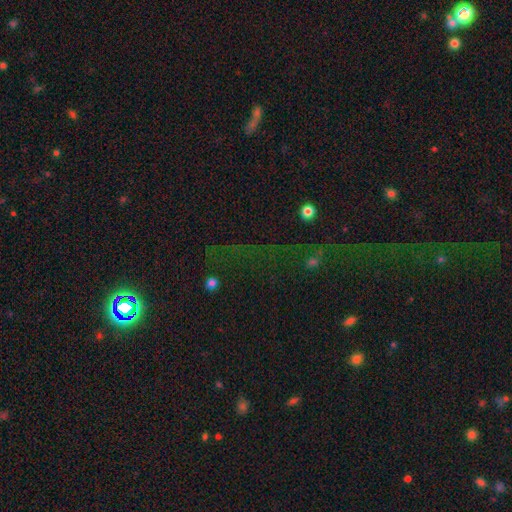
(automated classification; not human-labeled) star or artifact 71%, smooth 17%, featured or disk 13%.